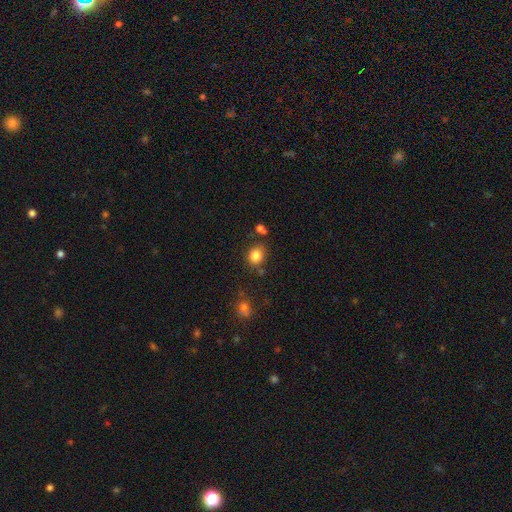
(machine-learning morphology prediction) type=smooth (84%); roundness=round (67%); merging=none (73%).